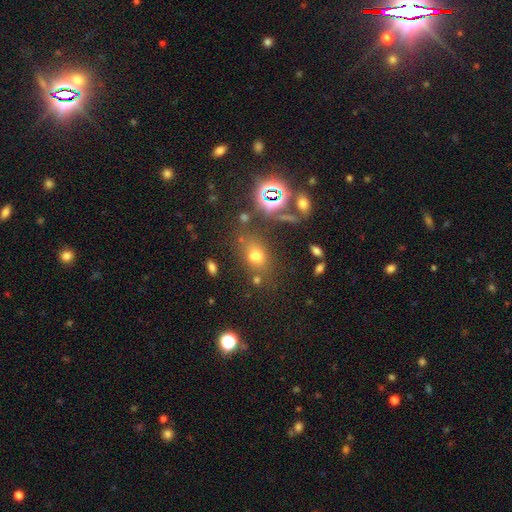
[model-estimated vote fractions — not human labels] Smooth or featured? smooth (66%)
How rounded? in between (58%)
Merging? none (63%)